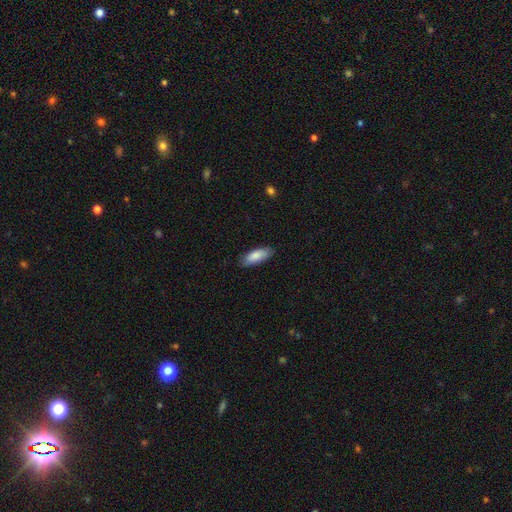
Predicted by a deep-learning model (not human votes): Smooth or featured? smooth (85%)
How rounded? in between (72%)
Merging? none (83%)